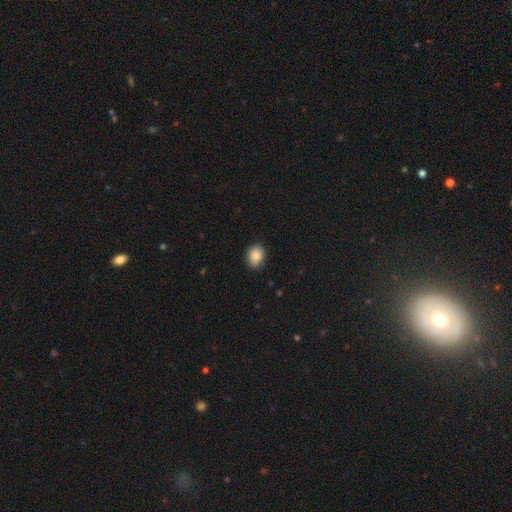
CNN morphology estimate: Smooth or featured: smooth — 88% (star or artifact — 8%)
How rounded: in between — 60% (round — 39%)
Merging: none — 84% (minor disturbance — 13%)